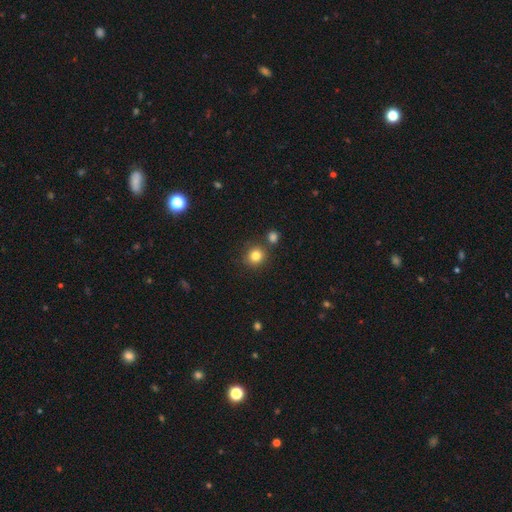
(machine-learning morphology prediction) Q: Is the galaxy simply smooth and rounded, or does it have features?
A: smooth — 83%.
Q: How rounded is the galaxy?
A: round — 87%.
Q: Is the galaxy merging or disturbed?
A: none — 80%.